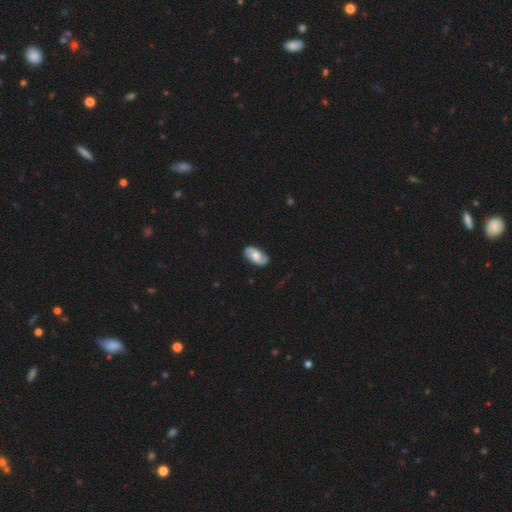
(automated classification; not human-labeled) featured or disk 66%, smooth 28%, star or artifact 6%. Down the decision tree: edge-on disk — no (95%); bar — no (55%); spiral arms — yes (91%); spiral arm count — 2 (91%); spiral winding — medium (42%); bulge size — moderate (55%); merging — none (85%).